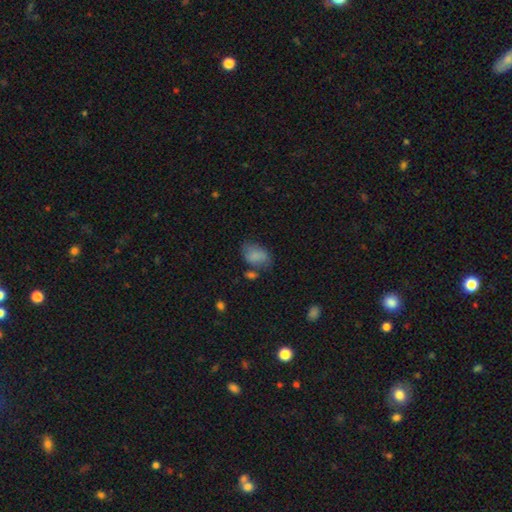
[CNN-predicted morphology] smooth_or_featured: smooth (p=0.80) [alt: featured or disk p=0.10]
how_rounded: in between (p=0.85) [alt: round p=0.13]
merging: none (p=0.51) [alt: minor disturbance p=0.27]